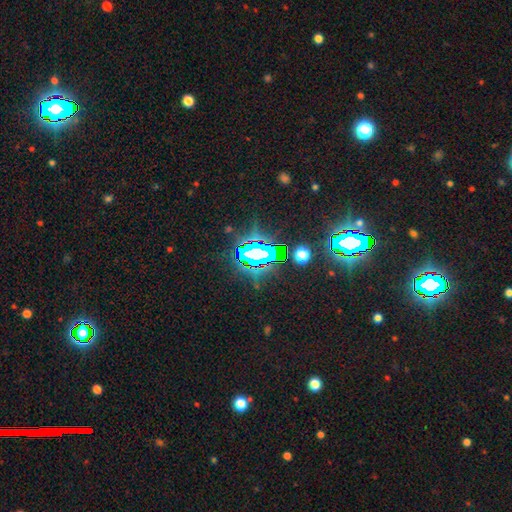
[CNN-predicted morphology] Overall: star or artifact (71%).